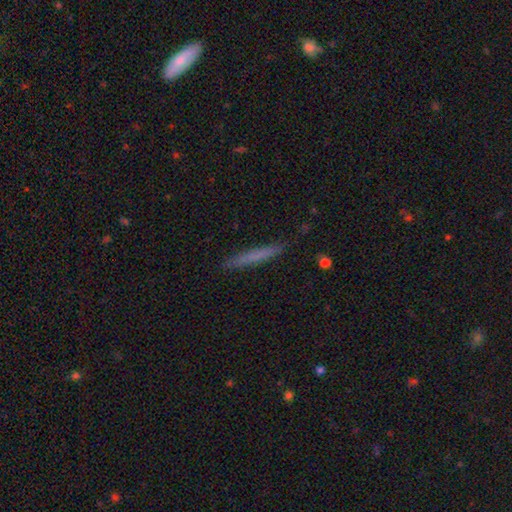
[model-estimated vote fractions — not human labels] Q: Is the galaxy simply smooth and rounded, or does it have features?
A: smooth — 64%.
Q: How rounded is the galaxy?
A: cigar-shaped — 96%.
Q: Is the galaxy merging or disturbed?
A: none — 90%.